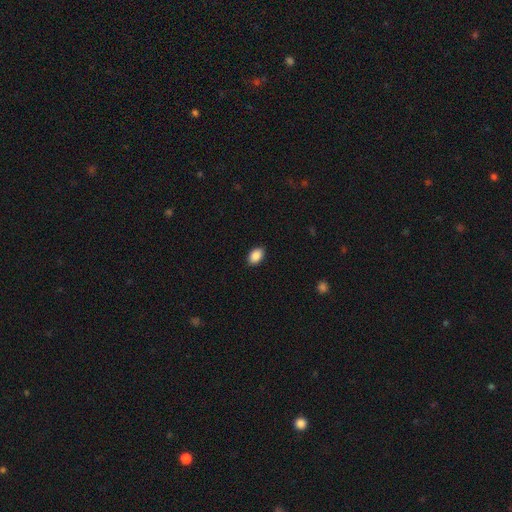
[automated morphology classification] This is clearly a smooth galaxy (89%). How rounded: clearly in between (88%). Merging: clearly none (90%).